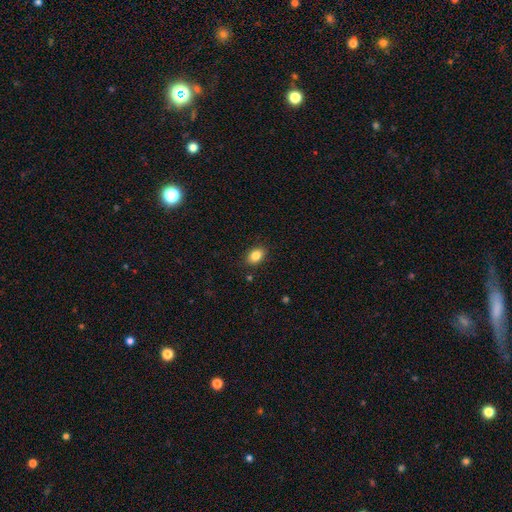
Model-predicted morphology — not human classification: Overall: smooth (85%). How rounded: in between (81%). Merging: none (87%).